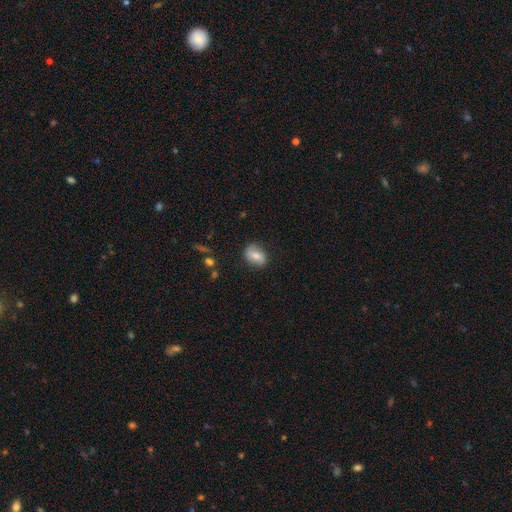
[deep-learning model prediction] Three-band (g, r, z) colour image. It shows a smooth galaxy with no disk features (64%) that is in between round and cigar-shaped (76%). Merging: none (80%).